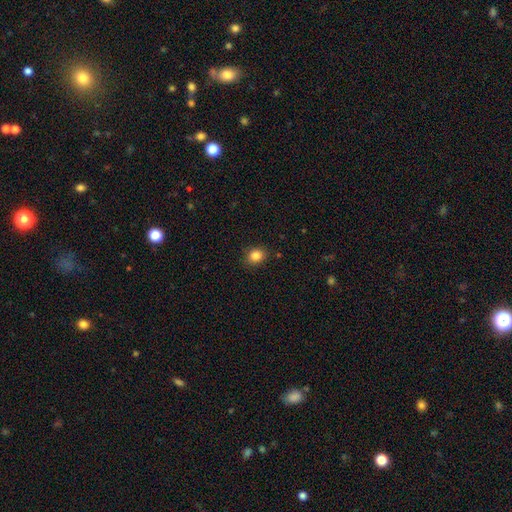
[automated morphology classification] This appears to be a smooth galaxy with no disk features (85%) that is round (56%). Merging: none (86%).